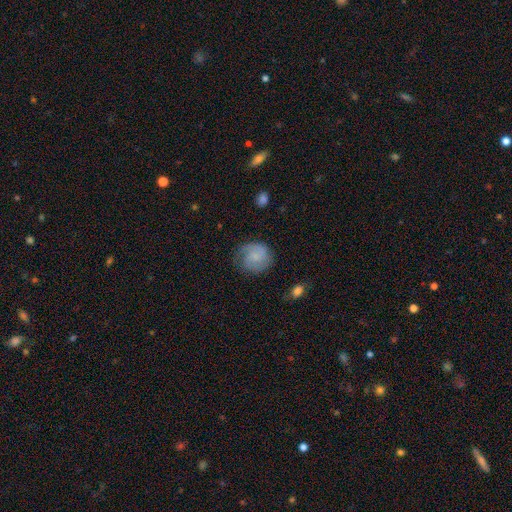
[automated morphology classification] A featured or disk galaxy (48%).

Vote fractions:
- Smooth or featured? featured or disk: 48% / smooth: 44% / star or artifact: 7%
- Merging? none: 69% / minor disturbance: 20% / major disturbance: 9% / merger: 2%